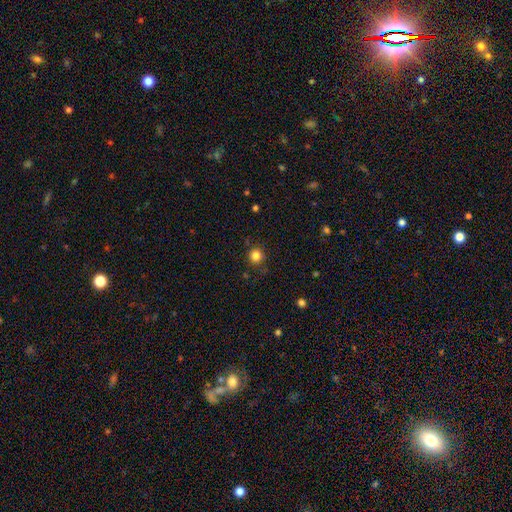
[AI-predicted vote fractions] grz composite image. It shows a smooth galaxy with no disk features (83%) that is round (93%). Merging: none (86%).